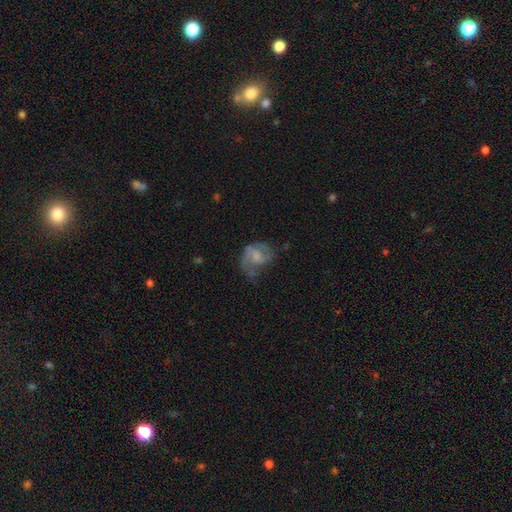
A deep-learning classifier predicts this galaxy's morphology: Smooth or featured: featured or disk — 55% (smooth — 37%)
Edge-on disk: no — 97% (yes — 3%)
Bar: no — 65% (weak — 30%)
Spiral arms: yes — 71% (no — 29%)
Bulge size: moderate — 32% (none — 30%)
Merging: major disturbance — 37% (none — 34%)